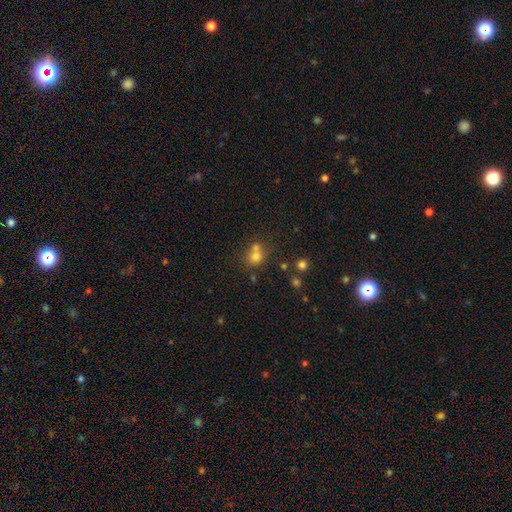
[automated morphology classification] Smooth or featured? Predicted: smooth (p=0.69). How rounded? Predicted: round (p=0.72). Merging? Predicted: merger (p=0.47).